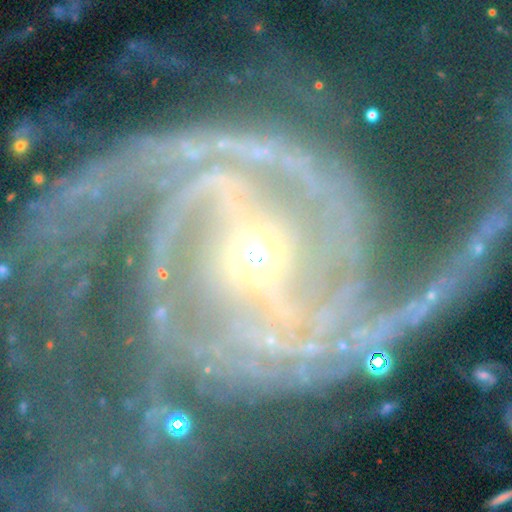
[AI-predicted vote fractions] Smooth or featured: featured or disk — 92% (star or artifact — 6%)
Edge-on disk: no — 98% (yes — 2%)
Bar: weak — 35% (tied with strong — 35%)
Spiral arms: yes — 98% (no — 2%)
Spiral winding: medium — 50% (loose — 29%)
Spiral arm count: 2 — 55% (3 — 12%)
Bulge size: small — 65% (moderate — 29%)
Merging: none — 48% (major disturbance — 34%)